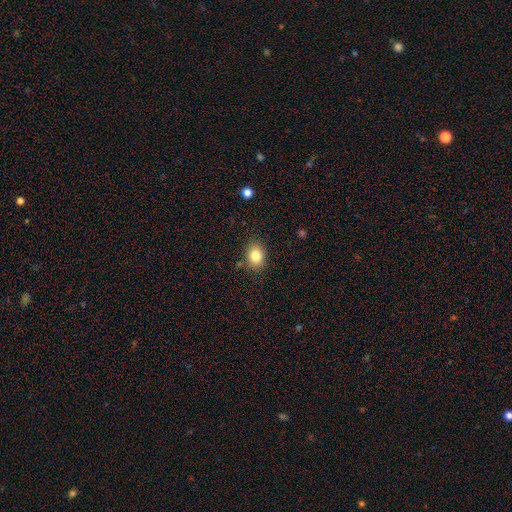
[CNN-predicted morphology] Smooth or featured: smooth — 83% (star or artifact — 10%)
How rounded: in between — 54% (round — 45%)
Merging: none — 85% (minor disturbance — 11%)